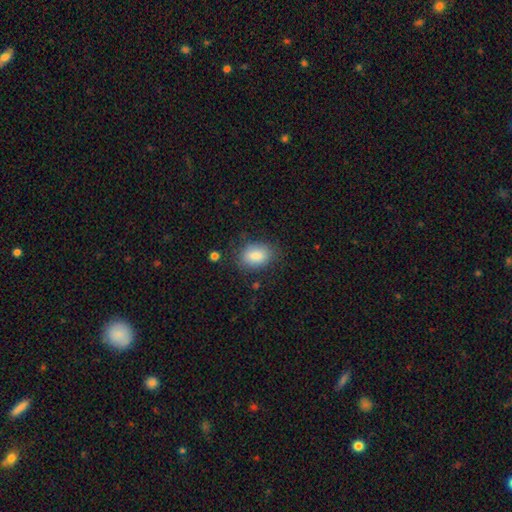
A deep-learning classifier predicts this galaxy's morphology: smooth_or_featured: smooth (p=0.86) [alt: star or artifact p=0.07]
how_rounded: in between (p=0.79) [alt: round p=0.19]
merging: none (p=0.78) [alt: minor disturbance p=0.16]